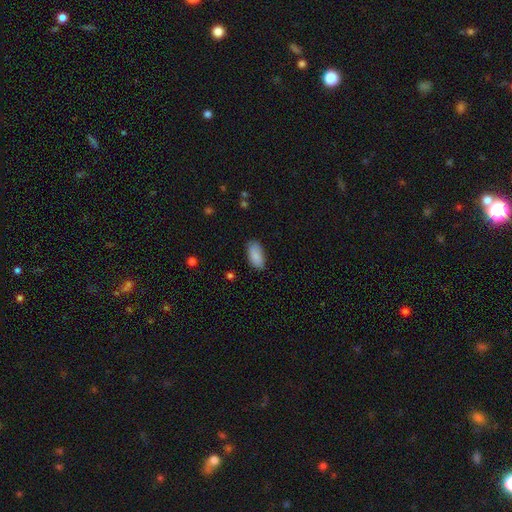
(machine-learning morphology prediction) smooth_or_featured: smooth (p=0.89) [alt: star or artifact p=0.07]
how_rounded: in between (p=0.91) [alt: cigar-shaped p=0.07]
merging: none (p=0.83) [alt: minor disturbance p=0.13]